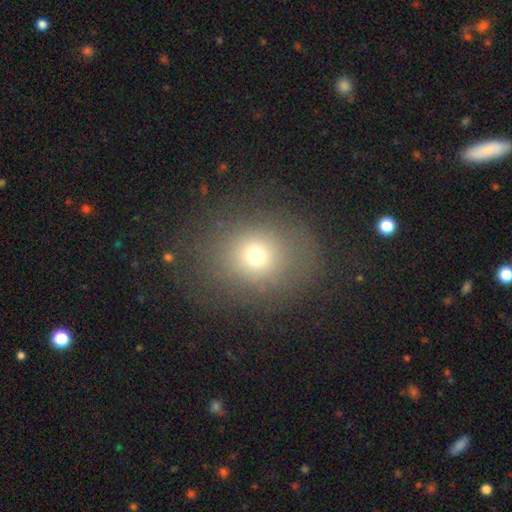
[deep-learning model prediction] Overall: smooth (68%). How rounded: round (74%). Merging: none (77%).